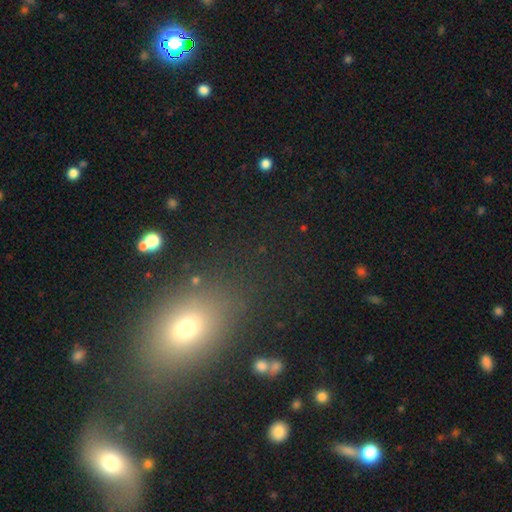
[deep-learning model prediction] Smooth or featured: smooth — 58% (star or artifact — 30%)
How rounded: in between — 60% (round — 36%)
Merging: none — 81% (minor disturbance — 10%)